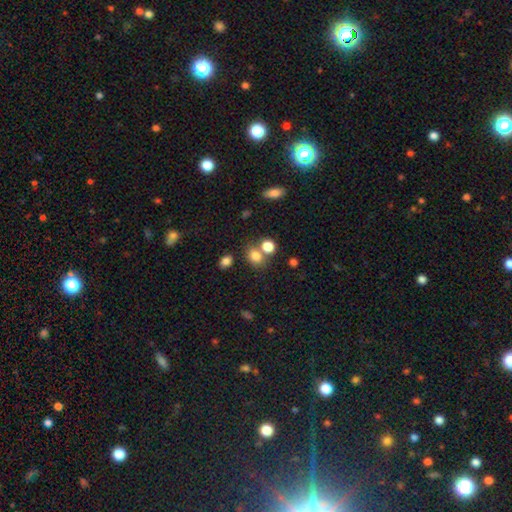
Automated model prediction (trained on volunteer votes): Smooth or featured: smooth — 78% (star or artifact — 14%)
How rounded: round — 55% (in between — 43%)
Merging: none — 56% (merger — 29%)